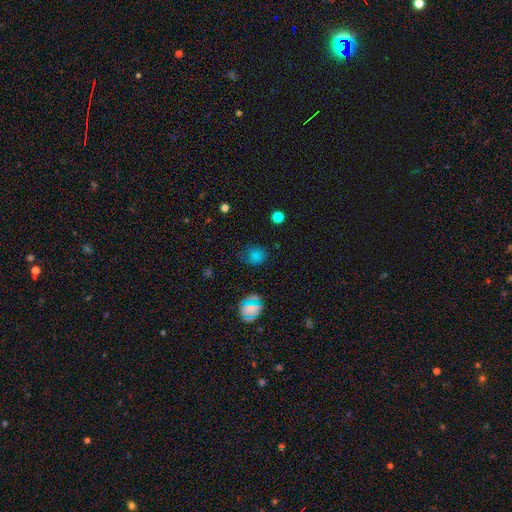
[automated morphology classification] The model was most divided on "merging": none: 65%, minor disturbance: 21%, major disturbance: 10%, merger: 3%. More confident: how rounded — round (78%); smooth or featured — smooth (71%).